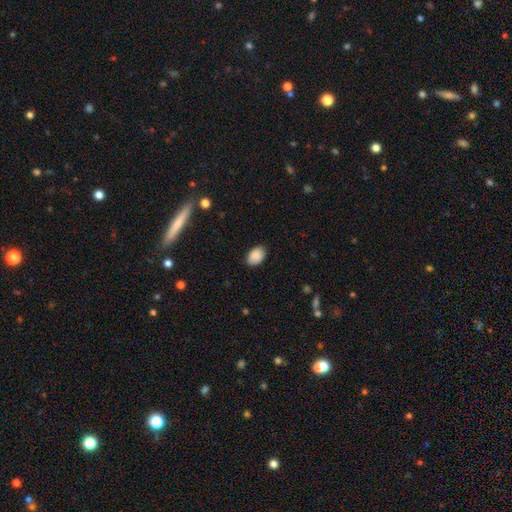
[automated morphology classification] A smooth galaxy with no disk features (89%) that is in between round and cigar-shaped (86%). Merging: none (85%).